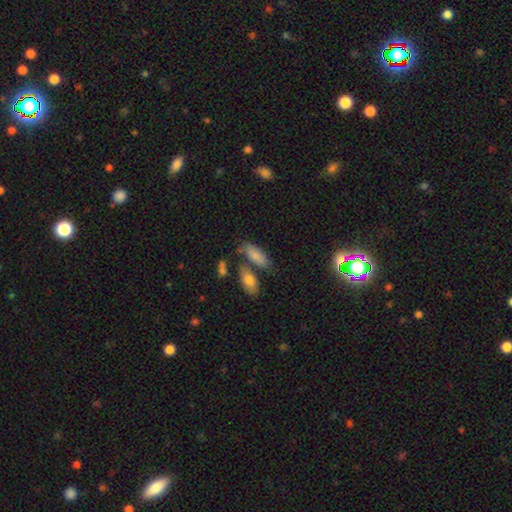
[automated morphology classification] A smooth galaxy with no disk features (81%) that is in between round and cigar-shaped (82%). Merging: none (53%).